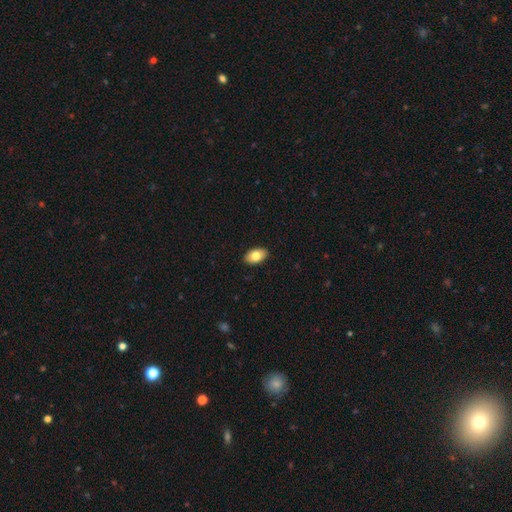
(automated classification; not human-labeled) Q: Smooth or featured?
A: smooth (81%); runner-up: featured or disk (12%)
Q: How rounded?
A: in between (93%); runner-up: round (5%)
Q: Merging?
A: none (90%); runner-up: minor disturbance (7%)